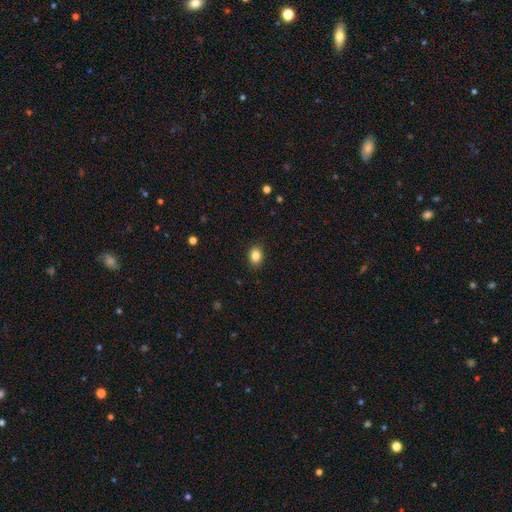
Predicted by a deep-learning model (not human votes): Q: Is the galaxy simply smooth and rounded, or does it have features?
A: smooth — 85%.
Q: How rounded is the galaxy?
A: in between — 61%.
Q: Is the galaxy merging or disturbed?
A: none — 89%.